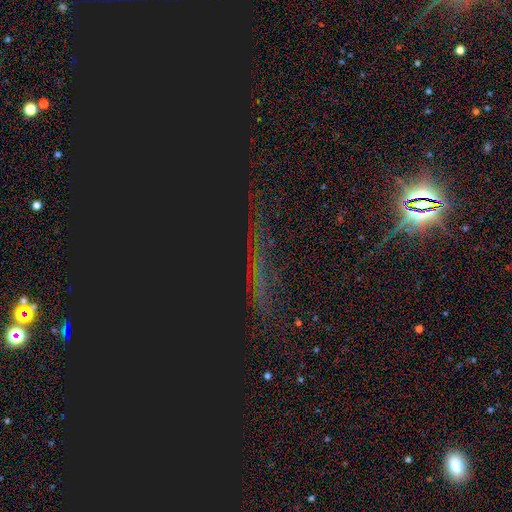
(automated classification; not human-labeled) Smooth or featured? star or artifact (66%)